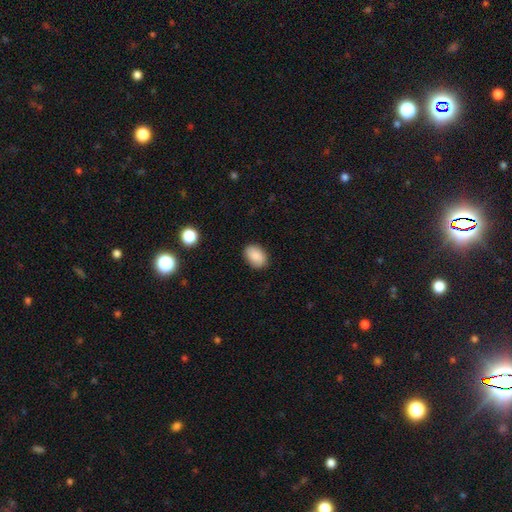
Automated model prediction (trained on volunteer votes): This is clearly a smooth galaxy (88%). How rounded: clearly in between (80%). Merging: clearly none (87%).